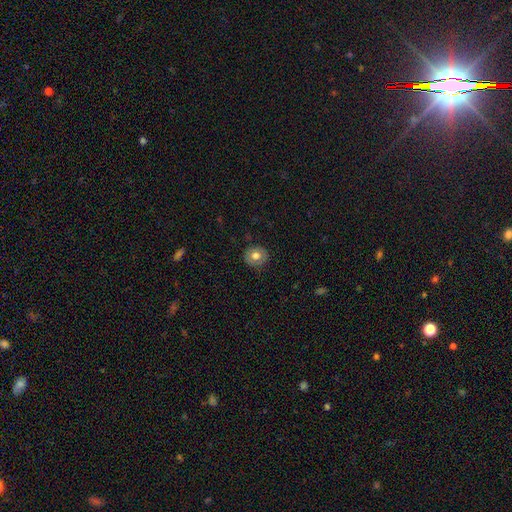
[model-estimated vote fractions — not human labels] This is likely a smooth galaxy (68%). How rounded: clearly round (83%). Merging: clearly none (87%).